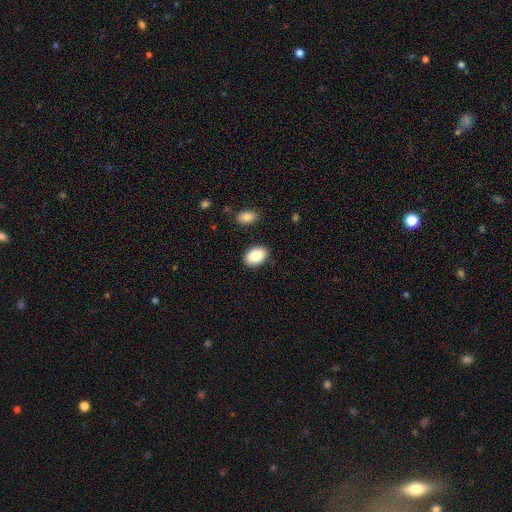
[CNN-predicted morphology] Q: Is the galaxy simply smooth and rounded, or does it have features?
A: smooth — 86%.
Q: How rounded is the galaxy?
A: in between — 84%.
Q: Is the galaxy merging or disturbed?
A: none — 87%.